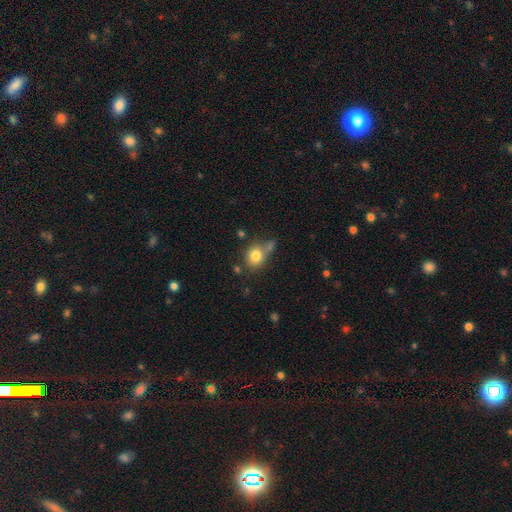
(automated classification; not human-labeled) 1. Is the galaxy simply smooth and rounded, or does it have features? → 80% smooth, 11% star or artifact, 9% featured or disk.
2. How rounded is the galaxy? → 69% round, 30% in between, 1% cigar-shaped.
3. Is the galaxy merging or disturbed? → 56% none, 18% minor disturbance, 18% merger, 7% major disturbance.